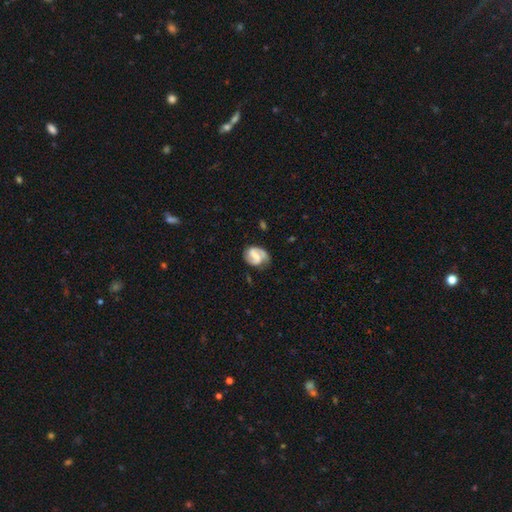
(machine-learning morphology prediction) A featured or disk galaxy (72%) with a weak bar (45%), 2 (81%) medium (45%) spiral arms (91%) and a small central bulge (38%).

Vote fractions:
- Smooth or featured? featured or disk: 72% / smooth: 22% / star or artifact: 6%
- Edge-on disk? no: 98% / yes: 2%
- Bar? weak: 45% / strong: 33% / no: 22%
- Spiral arms? yes: 91% / no: 9%
- Spiral winding? medium: 45% / tight: 34% / loose: 21%
- Spiral arm count? 2: 81% / 1: 10% / can't tell: 6% / 3: 1% / 4: 1% / more than 4: 1%
- Bulge size? small: 38% / moderate: 32% / none: 21% / large: 7% / dominant: 2%
- Merging? none: 69% / minor disturbance: 21% / major disturbance: 8% / merger: 2%